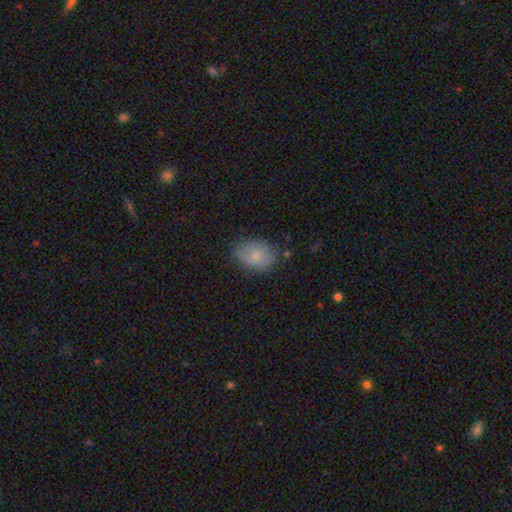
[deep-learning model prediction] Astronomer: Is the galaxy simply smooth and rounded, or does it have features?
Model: smooth — 78%.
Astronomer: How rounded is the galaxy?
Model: in between — 71%.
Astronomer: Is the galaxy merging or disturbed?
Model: none — 72%.